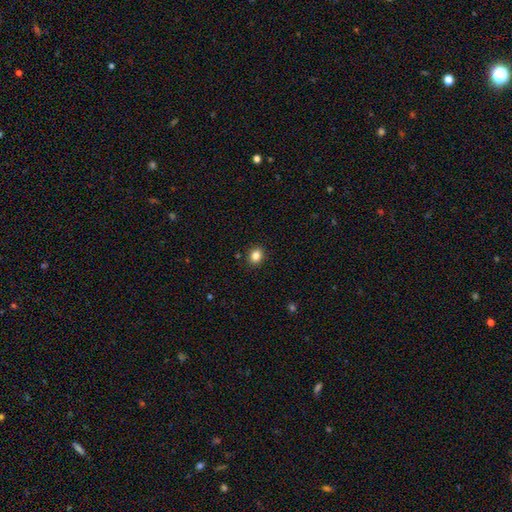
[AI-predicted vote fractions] A smooth galaxy with no disk features (84%) that is round (53%).

Vote fractions:
- Smooth or featured? smooth: 84% / star or artifact: 11% / featured or disk: 5%
- How rounded? round: 53% / in between: 46% / cigar-shaped: 1%
- Merging? none: 90% / minor disturbance: 7% / major disturbance: 2% / merger: 1%